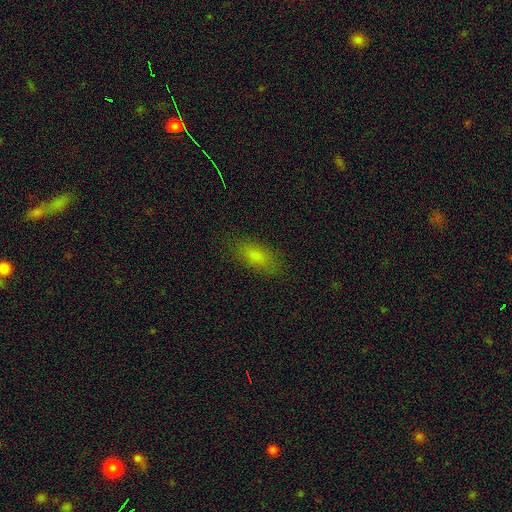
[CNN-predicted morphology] Overall: smooth (78%). How rounded: in between (79%). Merging: none (84%).